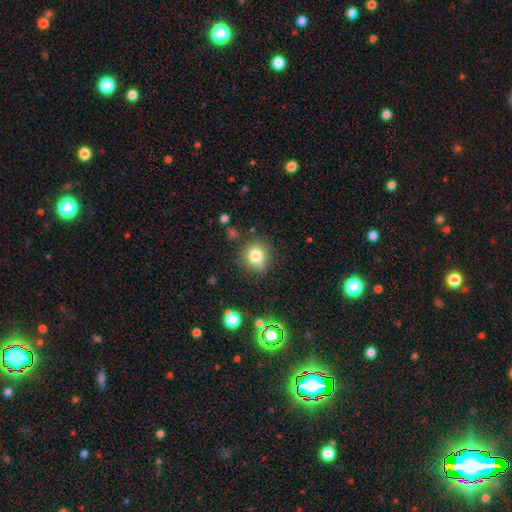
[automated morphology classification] type=smooth (79%); roundness=round (82%); merging=none (75%).